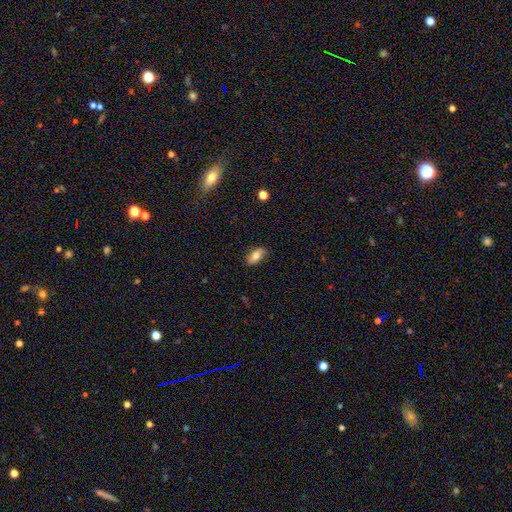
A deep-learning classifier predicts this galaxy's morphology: smooth-or-featured: smooth: 79% | featured or disk: 13% | star or artifact: 8%
  how-rounded: in between: 91% | cigar-shaped: 5% | round: 4%
  merging: none: 85% | minor disturbance: 12% | major disturbance: 2% | merger: 1%